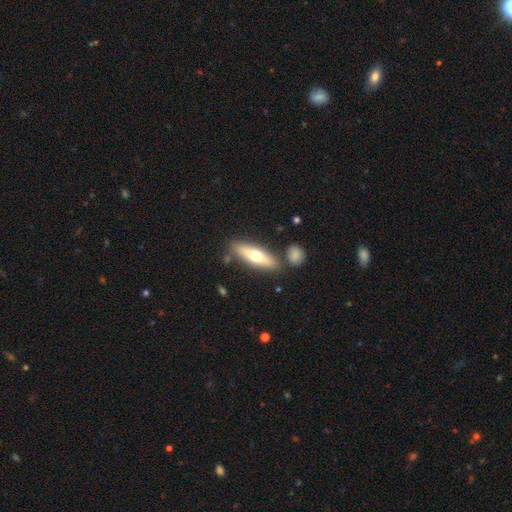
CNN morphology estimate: type=smooth (54%); roundness=cigar-shaped (55%); merging=none (78%).